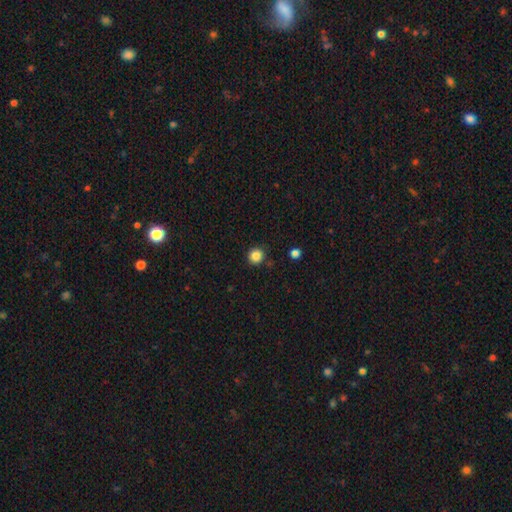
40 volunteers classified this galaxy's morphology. Smooth or featured? smooth (90%)
How rounded? round (97%)
Merging? none (94%)